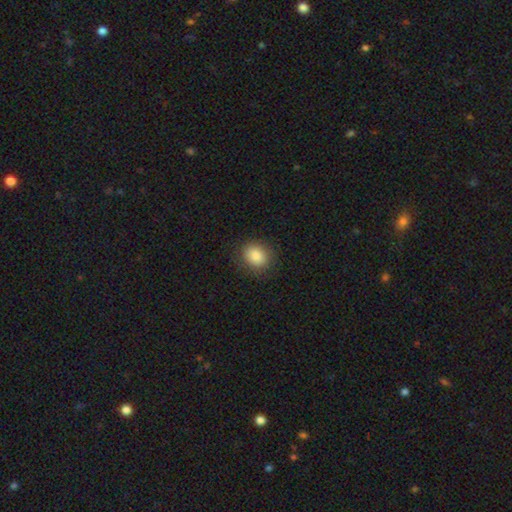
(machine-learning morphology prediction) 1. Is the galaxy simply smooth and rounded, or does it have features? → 85% smooth, 9% star or artifact, 6% featured or disk.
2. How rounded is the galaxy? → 60% round, 39% in between, 1% cigar-shaped.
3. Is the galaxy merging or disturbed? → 87% none, 9% minor disturbance, 3% major disturbance, 1% merger.